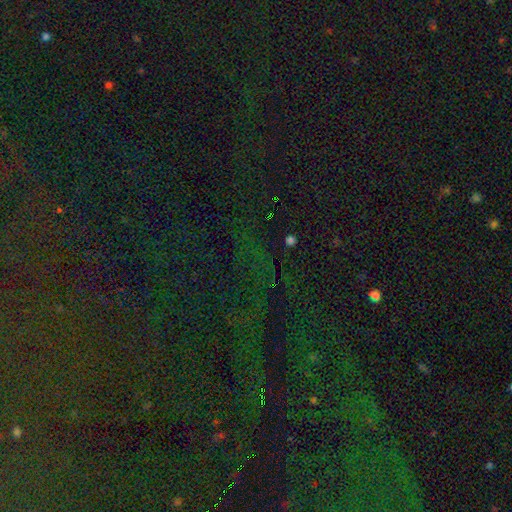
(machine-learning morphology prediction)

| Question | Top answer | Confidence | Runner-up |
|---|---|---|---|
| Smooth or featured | star or artifact | 84% | smooth (9%) |